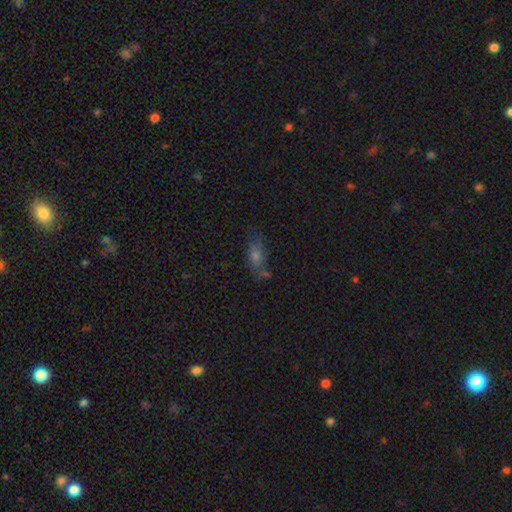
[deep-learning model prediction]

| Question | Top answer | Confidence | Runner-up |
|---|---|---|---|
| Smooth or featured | smooth | 59% | featured or disk (22%) |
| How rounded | in between | 73% | cigar-shaped (18%) |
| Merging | none | 60% | minor disturbance (21%) |